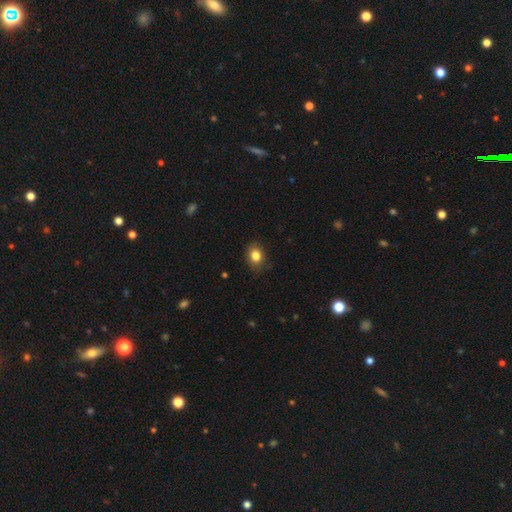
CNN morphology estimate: This is clearly a smooth galaxy (82%). How rounded: possibly in between (56%). Merging: clearly none (80%).